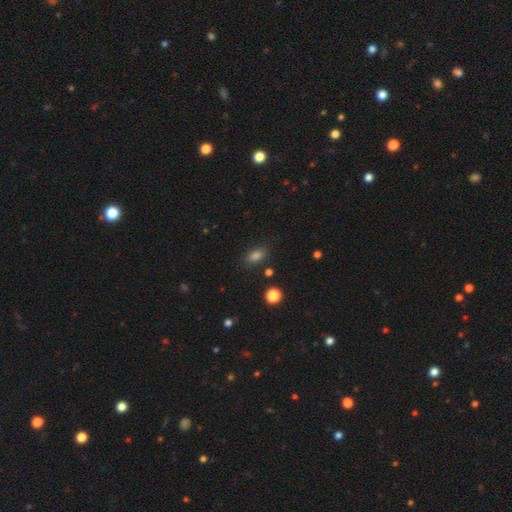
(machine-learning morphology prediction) A smooth galaxy with no disk features (81%) that is in between round and cigar-shaped (82%). Merging: none (83%).